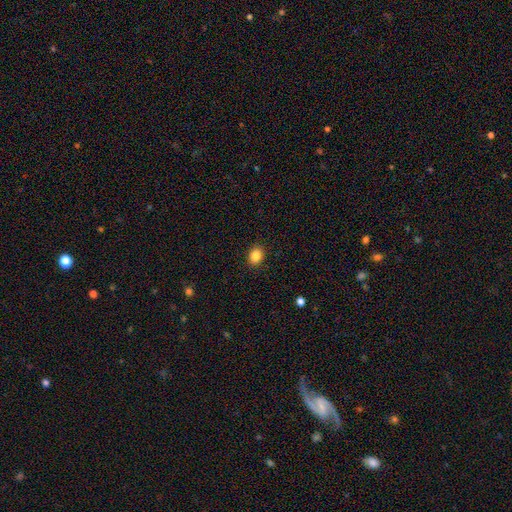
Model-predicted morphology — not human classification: smooth 85%, star or artifact 10%, featured or disk 5%. Down the decision tree: how rounded — in between (58%); merging — none (90%).